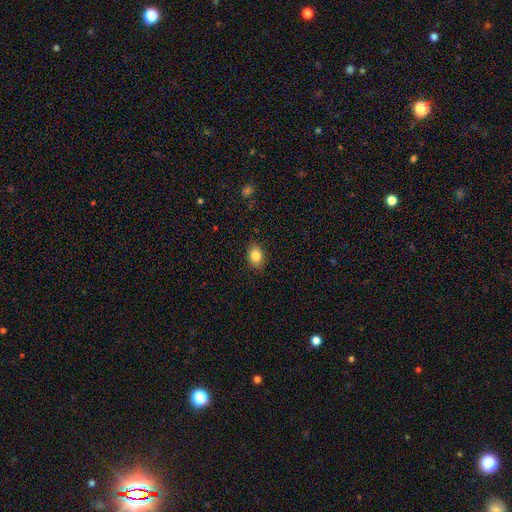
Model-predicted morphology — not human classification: This is clearly a smooth galaxy (84%). How rounded: likely in between (71%). Merging: clearly none (88%).